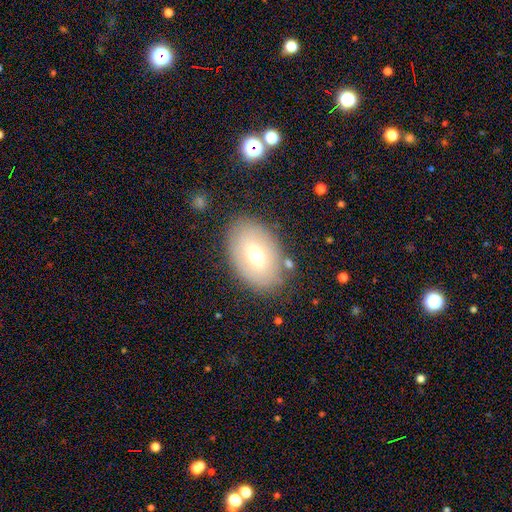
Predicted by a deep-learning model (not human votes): A smooth galaxy with no disk features (59%) that is in between round and cigar-shaped (88%).

Vote fractions:
- Smooth or featured? smooth: 59% / featured or disk: 32% / star or artifact: 9%
- How rounded? in between: 88% / round: 11% / cigar-shaped: 1%
- Merging? none: 81% / minor disturbance: 12% / major disturbance: 4% / merger: 3%